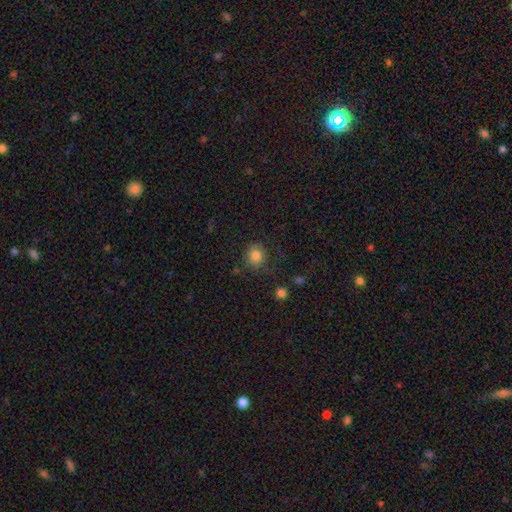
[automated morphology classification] smooth-or-featured: smooth: 82% | star or artifact: 12% | featured or disk: 7%
  how-rounded: round: 84% | in between: 15% | cigar-shaped: 1%
  merging: none: 77% | minor disturbance: 15% | major disturbance: 6% | merger: 2%